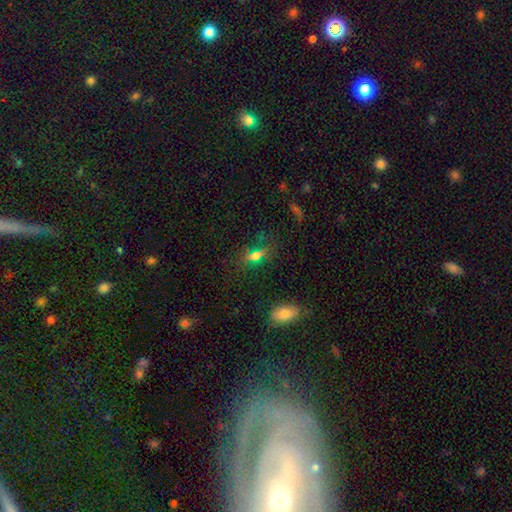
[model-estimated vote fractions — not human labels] The model was most divided on "smooth or featured": smooth: 56%, star or artifact: 31%, featured or disk: 13%. More confident: how rounded — in between (69%); merging — none (68%).